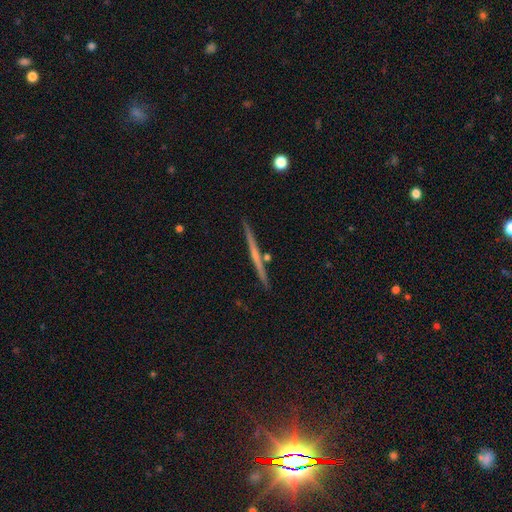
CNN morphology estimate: Smooth or featured? Predicted: featured or disk (p=0.59). Edge-on disk? Predicted: yes (p=0.98). Edge-on bulge? Predicted: none (p=0.82). Merging? Predicted: none (p=0.90).